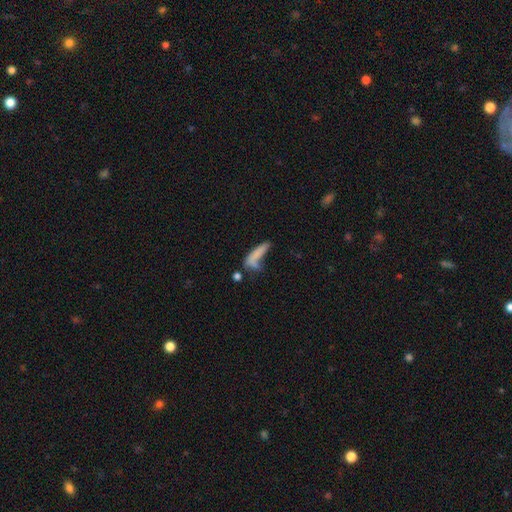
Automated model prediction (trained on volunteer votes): Smooth or featured? smooth (67%)
How rounded? cigar-shaped (69%)
Merging? none (34%)